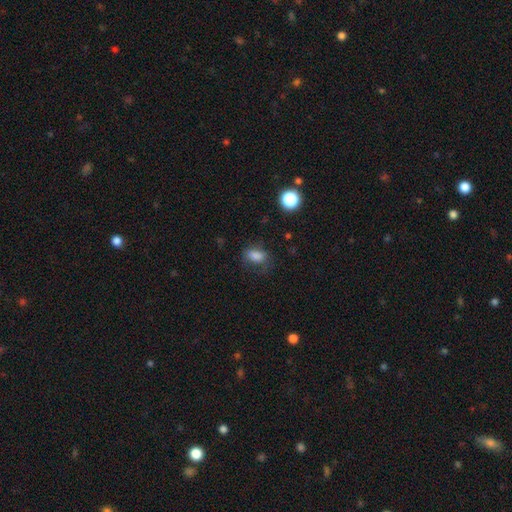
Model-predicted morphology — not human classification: Smooth or featured?
  - smooth: 78% *
  - star or artifact: 13%
  - featured or disk: 10%
How rounded?
  - in between: 79% *
  - round: 17%
  - cigar-shaped: 4%
Merging?
  - none: 53% *
  - minor disturbance: 27%
  - major disturbance: 18%
  - merger: 2%